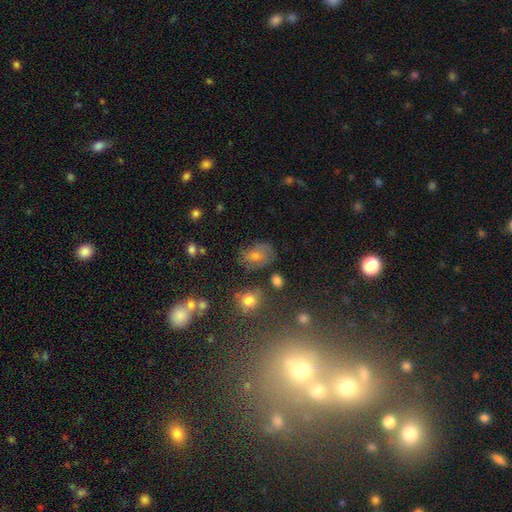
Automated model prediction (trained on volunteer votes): A smooth galaxy with no disk features (45%).

Vote fractions:
- Smooth or featured? smooth: 45% / featured or disk: 37% / star or artifact: 18%
- Merging? none: 67% / minor disturbance: 21% / major disturbance: 9% / merger: 4%